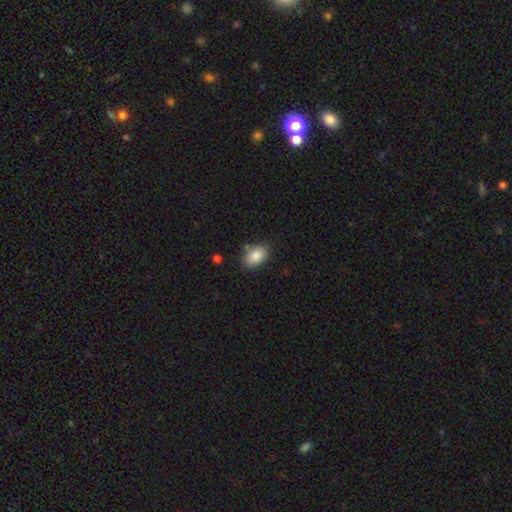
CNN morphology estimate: Smooth or featured? Predicted: smooth (p=0.86). How rounded? Predicted: in between (p=0.89). Merging? Predicted: none (p=0.78).